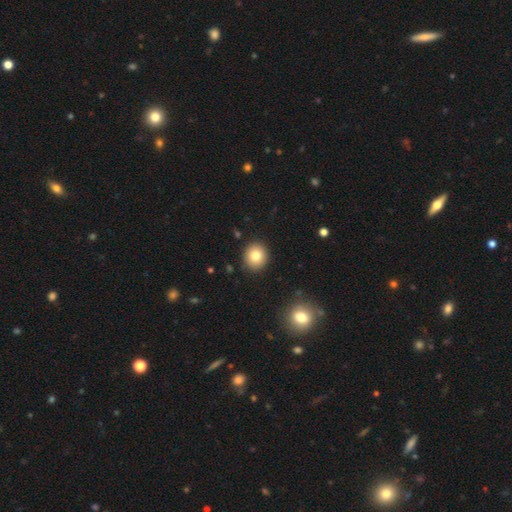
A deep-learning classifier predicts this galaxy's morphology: Smooth or featured?
  - smooth: 80% *
  - star or artifact: 11%
  - featured or disk: 9%
How rounded?
  - round: 86% *
  - in between: 13%
  - cigar-shaped: 1%
Merging?
  - none: 91% *
  - minor disturbance: 6%
  - major disturbance: 2%
  - merger: 1%